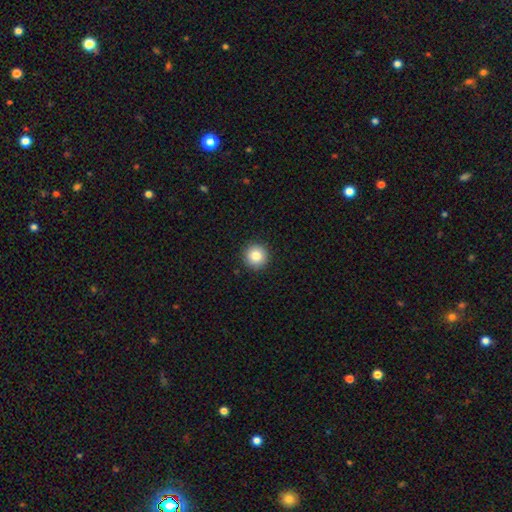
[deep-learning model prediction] smooth_or_featured: smooth (p=0.85) [alt: star or artifact p=0.09]
how_rounded: round (p=0.96) [alt: in between p=0.03]
merging: none (p=0.93) [alt: minor disturbance p=0.05]